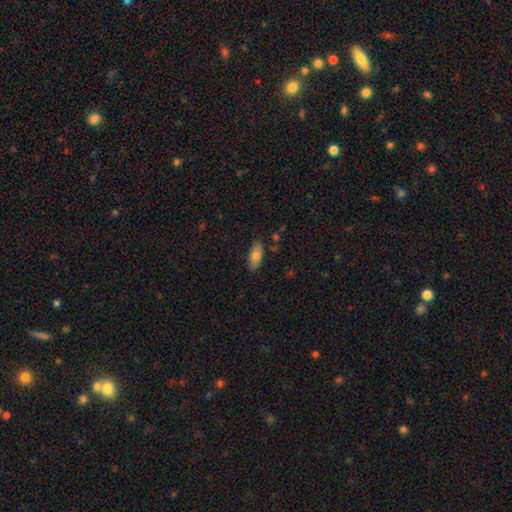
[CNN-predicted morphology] Q: Smooth or featured?
A: smooth (75%); runner-up: featured or disk (18%)
Q: How rounded?
A: in between (85%); runner-up: cigar-shaped (12%)
Q: Merging?
A: none (84%); runner-up: minor disturbance (12%)